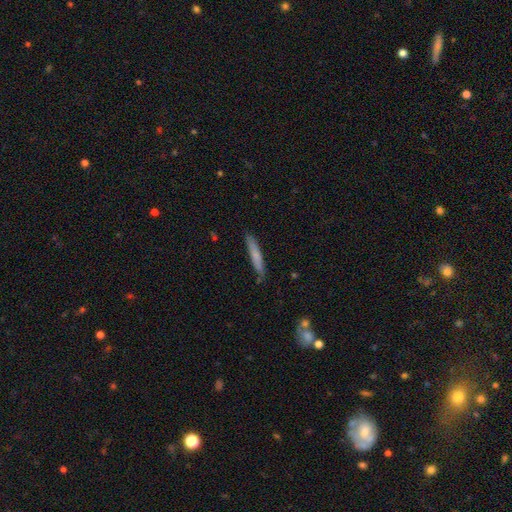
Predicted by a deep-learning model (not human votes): A smooth galaxy with no disk features (70%) that is cigar-shaped (94%). Merging: none (83%).